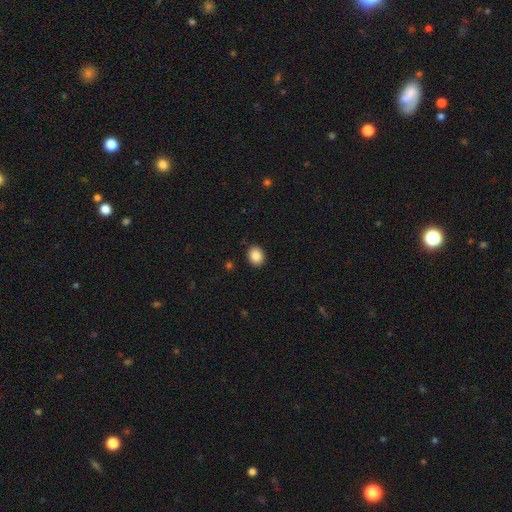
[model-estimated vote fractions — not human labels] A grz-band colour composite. It shows a smooth galaxy with no disk features (86%) that is round (51%). Merging: none (90%).